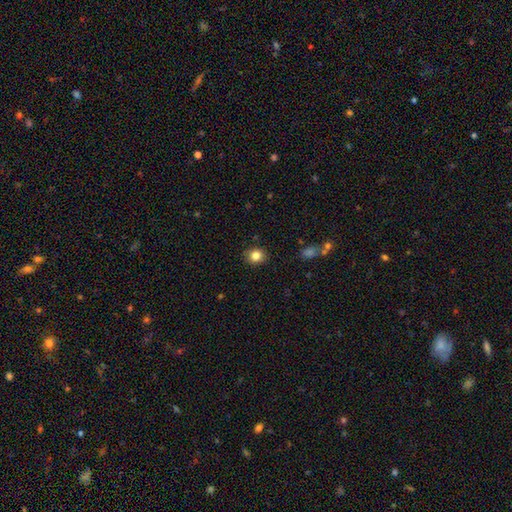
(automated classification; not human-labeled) A smooth galaxy with no disk features (83%) that is round (74%).

Vote fractions:
- Smooth or featured? smooth: 83% / star or artifact: 11% / featured or disk: 6%
- How rounded? round: 74% / in between: 26% / cigar-shaped: 1%
- Merging? none: 89% / minor disturbance: 8% / major disturbance: 2% / merger: 1%